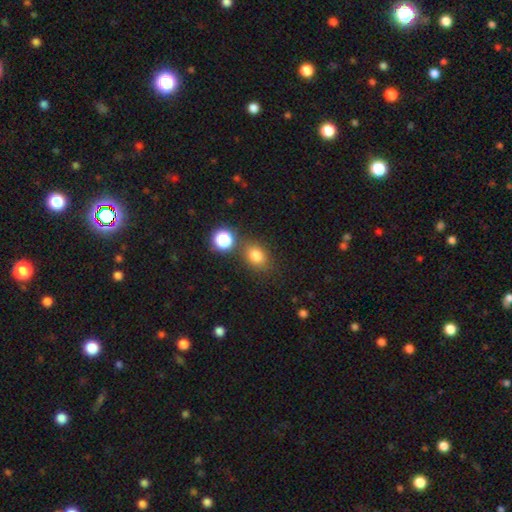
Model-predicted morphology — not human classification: smooth-or-featured: smooth: 78% | star or artifact: 15% | featured or disk: 7%
  how-rounded: in between: 60% | round: 38% | cigar-shaped: 1%
  merging: none: 74% | minor disturbance: 12% | merger: 10% | major disturbance: 4%